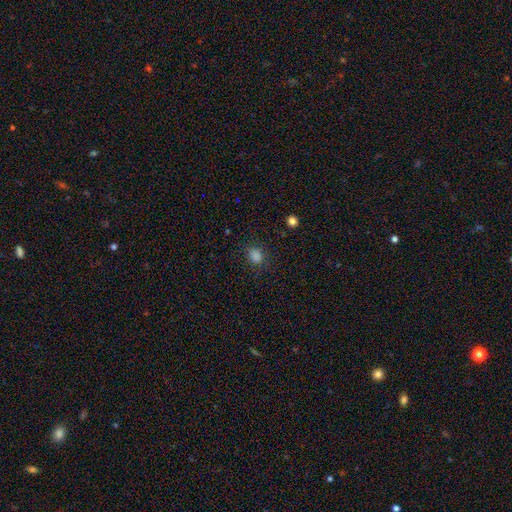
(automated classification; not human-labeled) Morphology: type=smooth (80%); roundness=round (60%); merging=none (83%).